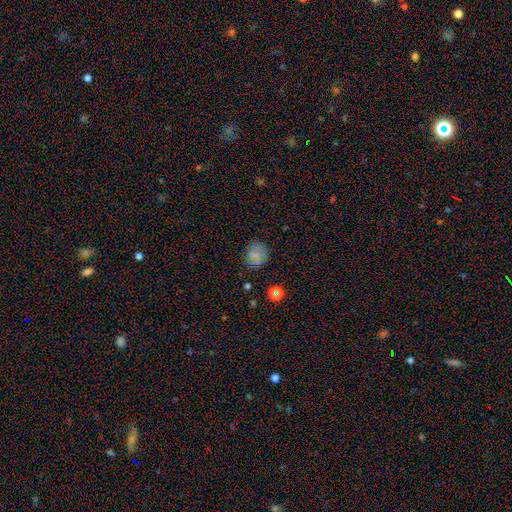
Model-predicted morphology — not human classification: This appears to be a smooth galaxy with no disk features (66%) that is round (76%). Merging: none (81%).